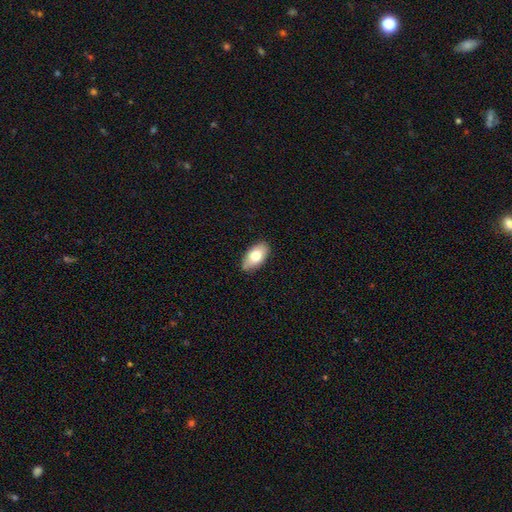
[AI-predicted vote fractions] Overall: smooth (74%). How rounded: in between (94%). Merging: none (85%).